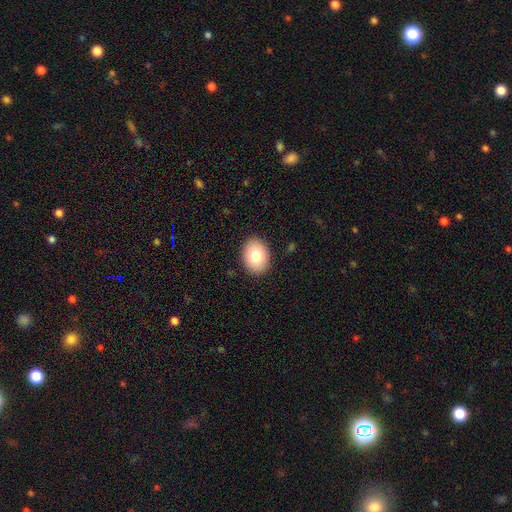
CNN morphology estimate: This is clearly a smooth galaxy (81%). How rounded: likely in between (70%). Merging: clearly none (90%).